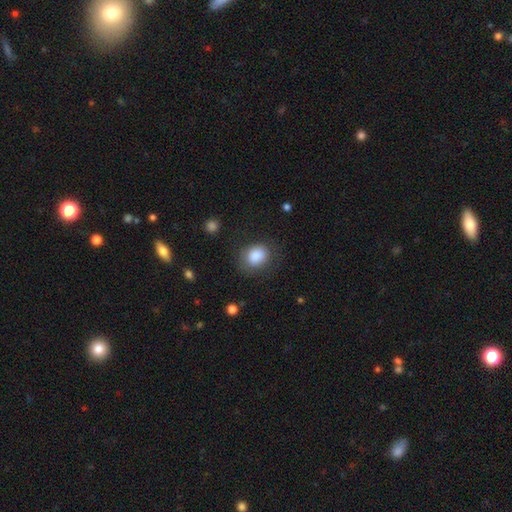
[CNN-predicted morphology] Overall: smooth (85%). How rounded: round (51%; in between 48%). Merging: none (72%).